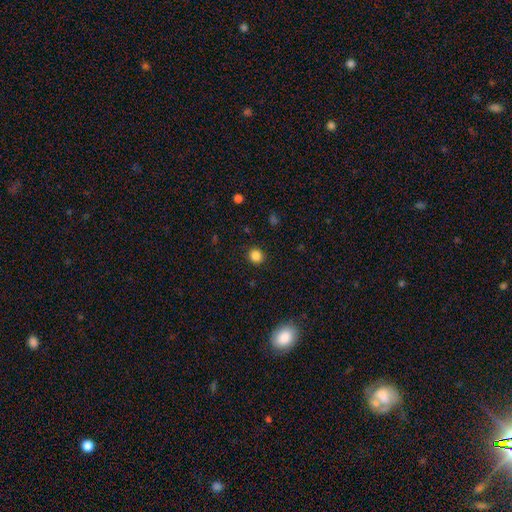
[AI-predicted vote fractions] smooth_or_featured: smooth (p=0.85) [alt: star or artifact p=0.11]
how_rounded: round (p=0.88) [alt: in between p=0.11]
merging: none (p=0.90) [alt: minor disturbance p=0.07]